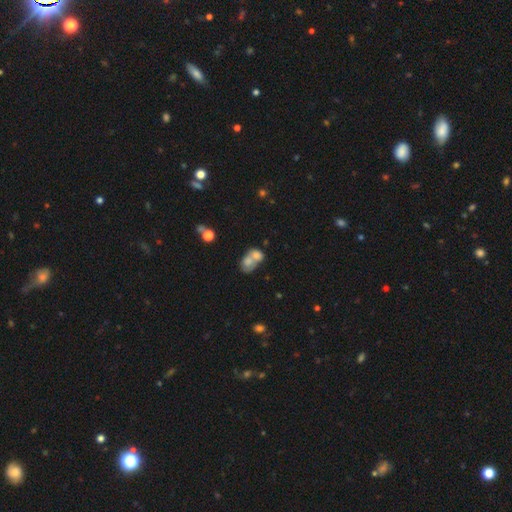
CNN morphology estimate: smooth-or-featured: smooth: 65% | featured or disk: 25% | star or artifact: 10%
  how-rounded: in between: 67% | round: 31% | cigar-shaped: 1%
  merging: merger: 72% | none: 16% | minor disturbance: 7% | major disturbance: 6%